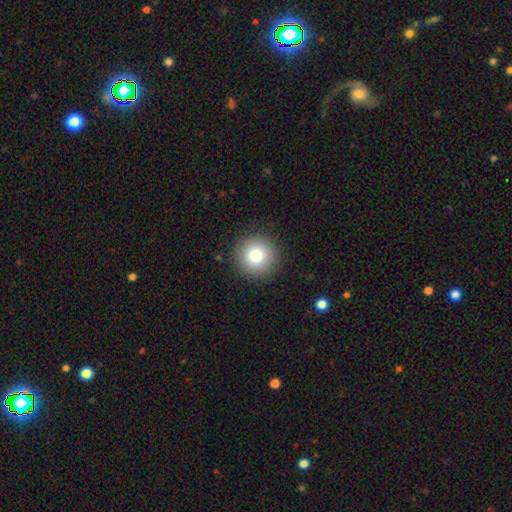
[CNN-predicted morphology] Q: Smooth or featured?
A: smooth (81%); runner-up: star or artifact (10%)
Q: How rounded?
A: round (95%); runner-up: in between (4%)
Q: Merging?
A: none (91%); runner-up: minor disturbance (6%)